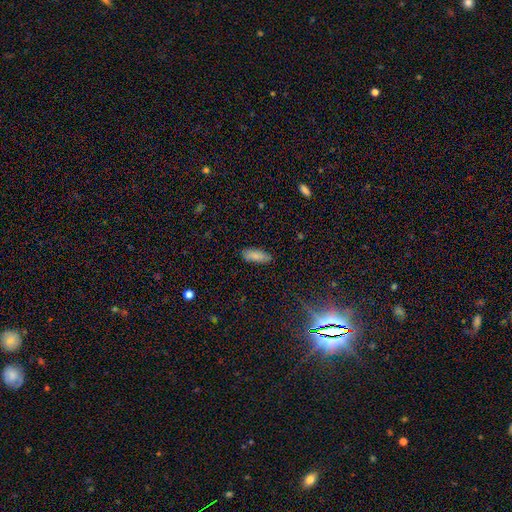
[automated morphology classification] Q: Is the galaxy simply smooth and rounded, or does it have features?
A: smooth — 84%.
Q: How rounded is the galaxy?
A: in between — 76%.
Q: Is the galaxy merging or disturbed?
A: none — 84%.